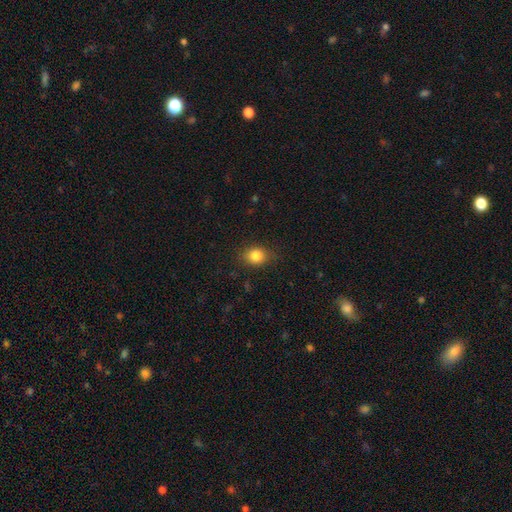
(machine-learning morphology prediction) This appears to be a smooth galaxy with no disk features (84%) that is round (59%). Merging: none (84%).